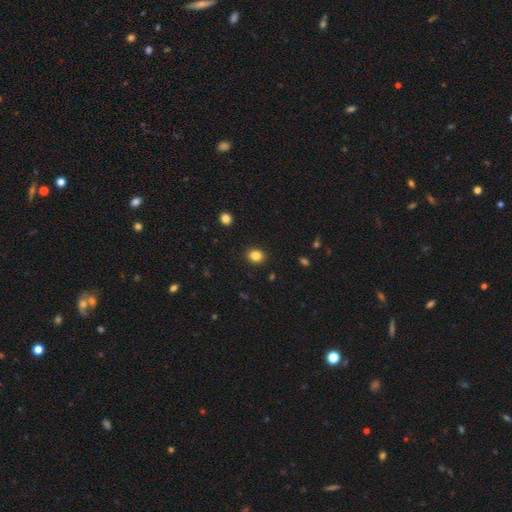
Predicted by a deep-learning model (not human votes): This is clearly a smooth galaxy (84%). How rounded: likely round (68%). Merging: clearly none (91%).